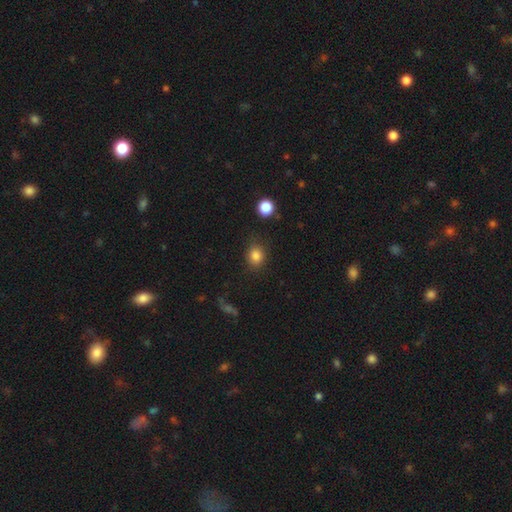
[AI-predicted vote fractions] smooth-or-featured: smooth: 83% | star or artifact: 11% | featured or disk: 5%
  how-rounded: round: 64% | in between: 35% | cigar-shaped: 1%
  merging: none: 79% | minor disturbance: 14% | major disturbance: 4% | merger: 3%